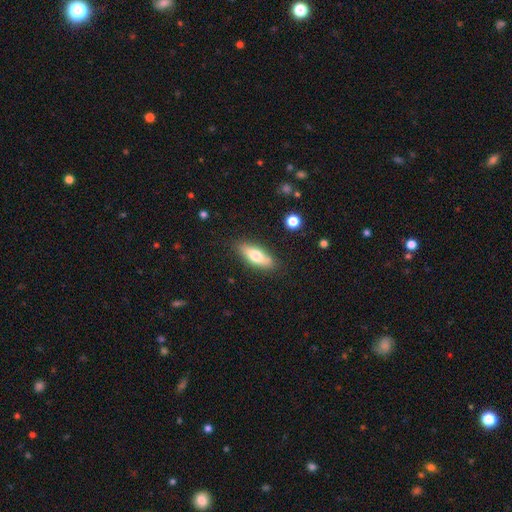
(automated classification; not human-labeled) This appears to be a smooth galaxy with no disk features (67%) that is in between round and cigar-shaped (63%). Merging: none (80%).